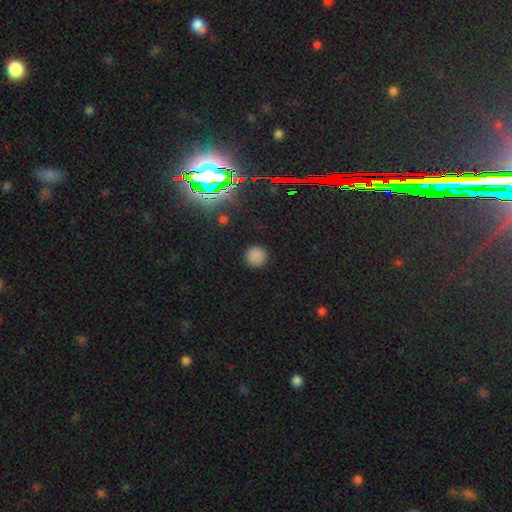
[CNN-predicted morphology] Q: Smooth or featured?
A: smooth (81%); runner-up: star or artifact (15%)
Q: How rounded?
A: round (94%); runner-up: in between (5%)
Q: Merging?
A: none (90%); runner-up: minor disturbance (6%)